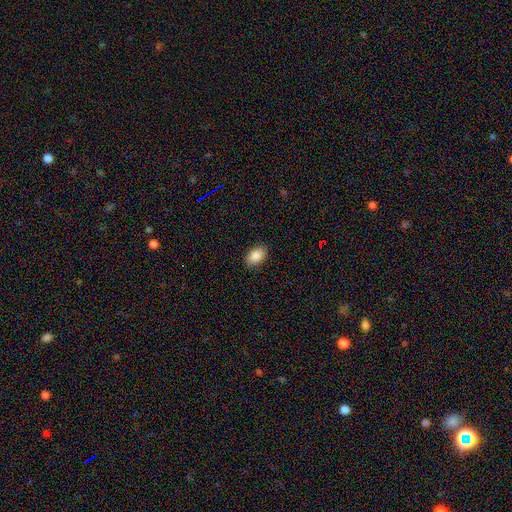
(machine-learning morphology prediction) This is clearly a smooth galaxy (88%). How rounded: clearly in between (89%). Merging: clearly none (88%).